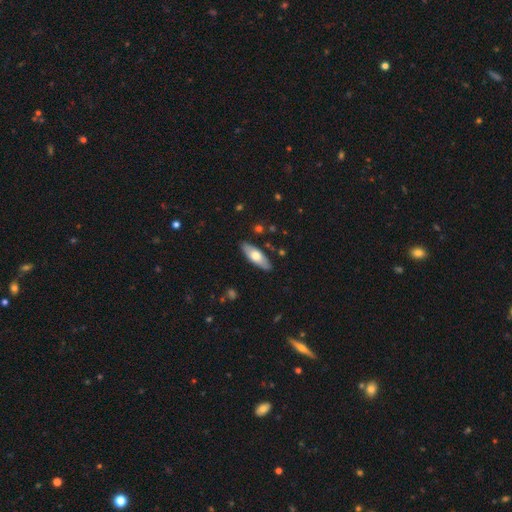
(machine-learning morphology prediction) type=smooth (61%); roundness=in between (67%); merging=none (87%).